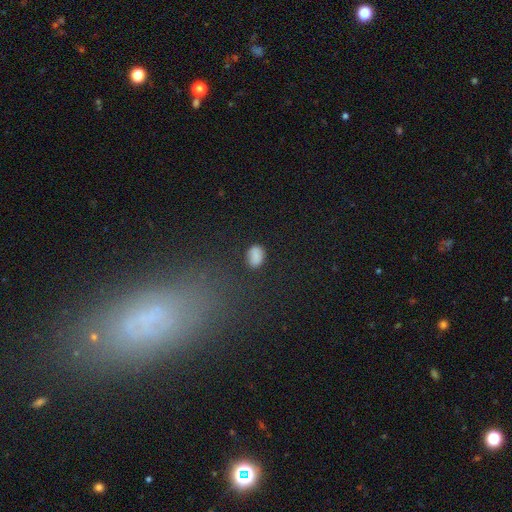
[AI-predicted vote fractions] Smooth or featured? smooth (80%)
How rounded? in between (80%)
Merging? none (76%)